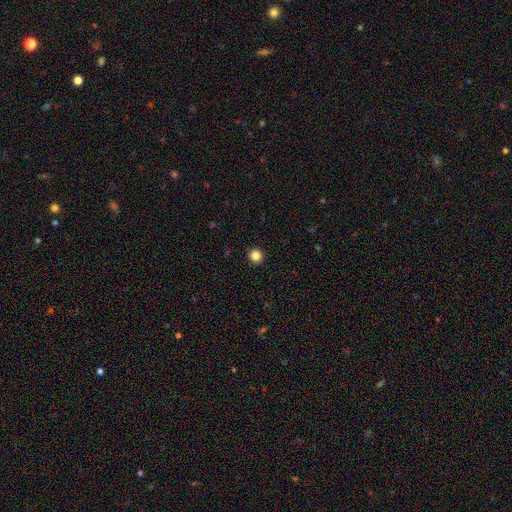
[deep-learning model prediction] smooth-or-featured: smooth: 85% | star or artifact: 11% | featured or disk: 4%
  how-rounded: round: 94% | in between: 5% | cigar-shaped: 1%
  merging: none: 94% | minor disturbance: 4% | major disturbance: 1% | merger: 1%